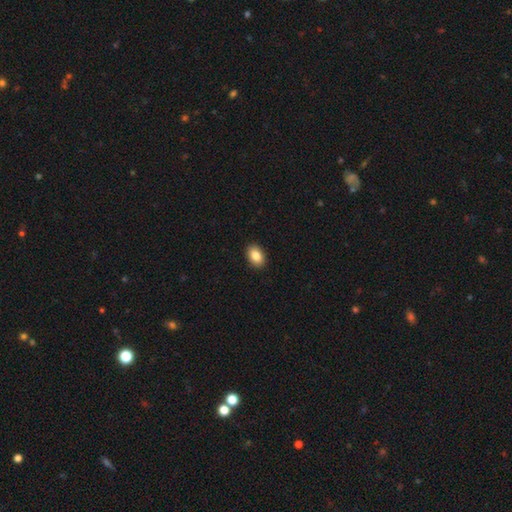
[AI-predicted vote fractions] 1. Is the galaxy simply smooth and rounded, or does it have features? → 86% smooth, 8% star or artifact, 6% featured or disk.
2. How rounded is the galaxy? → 85% in between, 13% round, 1% cigar-shaped.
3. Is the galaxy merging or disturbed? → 91% none, 6% minor disturbance, 2% major disturbance, 1% merger.